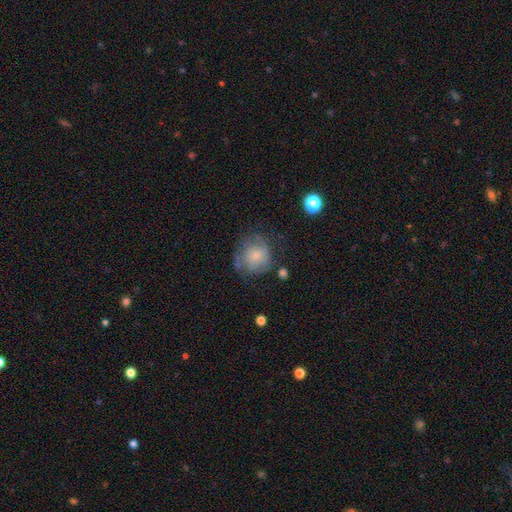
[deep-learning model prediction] Smooth or featured?
  - smooth: 55% *
  - featured or disk: 36%
  - star or artifact: 9%
How rounded?
  - round: 84% *
  - in between: 15%
  - cigar-shaped: 1%
Merging?
  - none: 54% *
  - minor disturbance: 26%
  - major disturbance: 17%
  - merger: 4%